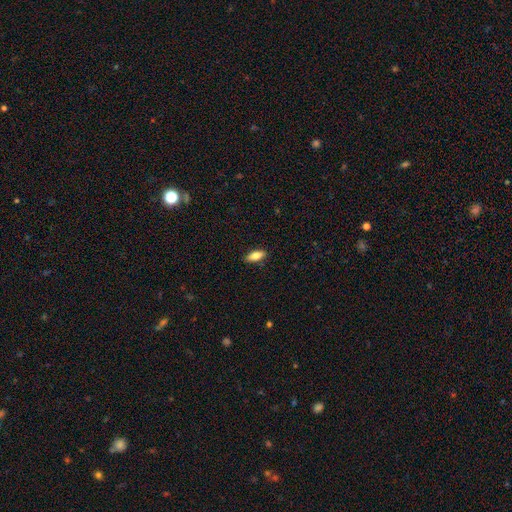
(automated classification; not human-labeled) smooth_or_featured: smooth (p=0.80) [alt: featured or disk p=0.13]
how_rounded: in between (p=0.78) [alt: cigar-shaped p=0.20]
merging: none (p=0.88) [alt: minor disturbance p=0.09]